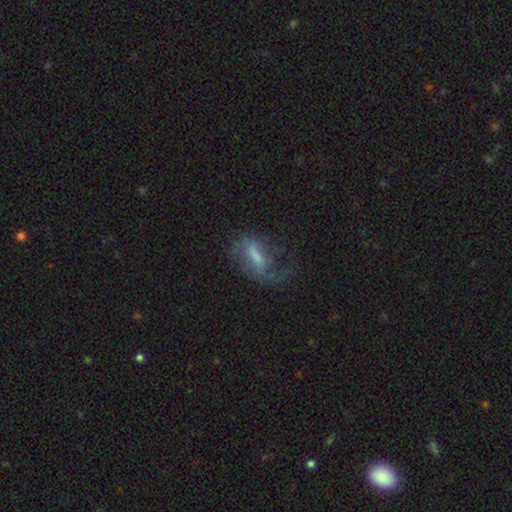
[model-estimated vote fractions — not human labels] Smooth or featured: featured or disk — 54% (smooth — 35%)
Edge-on disk: no — 90% (yes — 10%)
Merging: none — 40% (major disturbance — 37%)